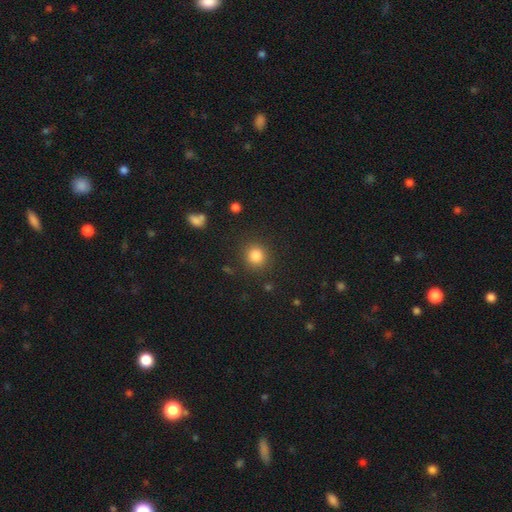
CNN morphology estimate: smooth 84%, star or artifact 12%, featured or disk 5%. Down the decision tree: how rounded — round (90%); merging — none (87%).